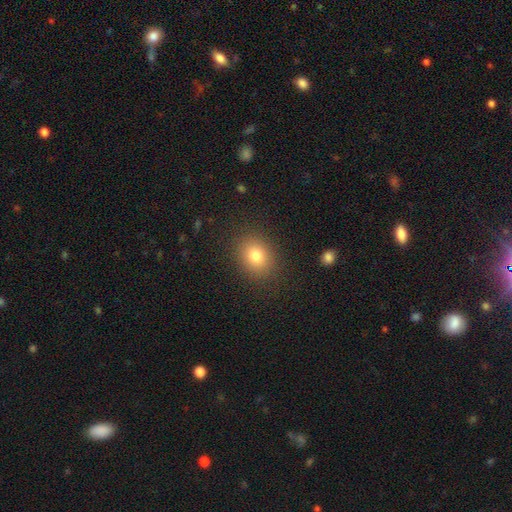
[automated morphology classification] A smooth galaxy with no disk features (79%) that is round (58%). Merging: none (87%).